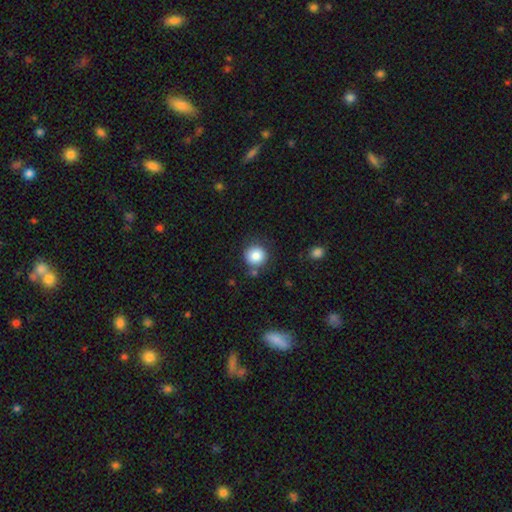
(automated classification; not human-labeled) Smooth or featured? Predicted: smooth (p=0.84). How rounded? Predicted: round (p=0.93). Merging? Predicted: none (p=0.80).